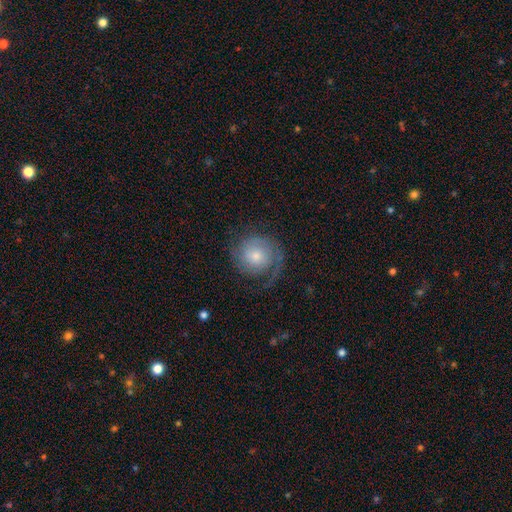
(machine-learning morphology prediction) Smooth or featured? Predicted: featured or disk (p=0.70). Edge-on disk? Predicted: no (p=0.97). Bar? Predicted: no (p=0.75). Spiral arms? Predicted: yes (p=0.93). Spiral winding? Predicted: tight (p=0.48). Spiral arm count? Predicted: 2 (p=0.43). Bulge size? Predicted: moderate (p=0.45, tied with small). Merging? Predicted: none (p=0.67).